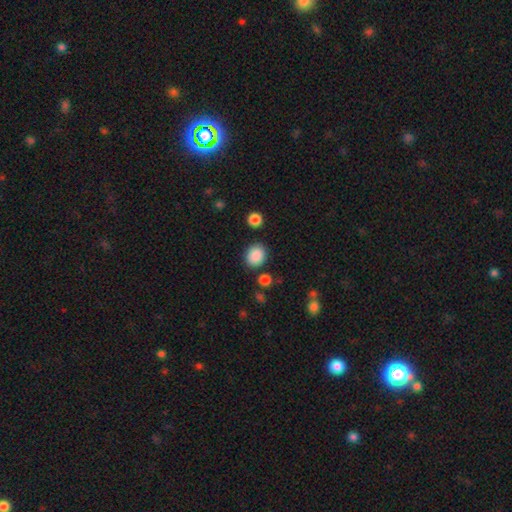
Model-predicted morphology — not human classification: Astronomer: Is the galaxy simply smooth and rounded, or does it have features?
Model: smooth — 88%.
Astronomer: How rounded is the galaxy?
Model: round — 57% (runner-up: in between, 42%).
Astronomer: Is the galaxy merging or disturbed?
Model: none — 84%.